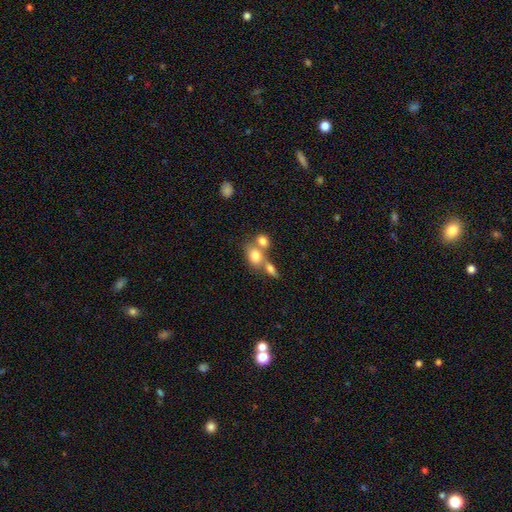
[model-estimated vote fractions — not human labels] Q: Smooth or featured?
A: smooth (77%); runner-up: featured or disk (13%)
Q: How rounded?
A: in between (58%); runner-up: round (40%)
Q: Merging?
A: merger (50%); runner-up: none (36%)